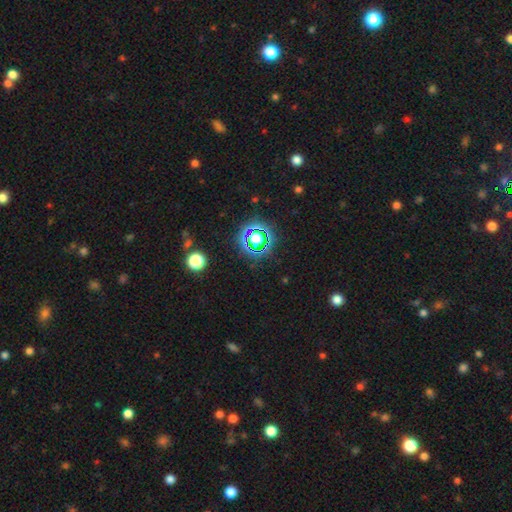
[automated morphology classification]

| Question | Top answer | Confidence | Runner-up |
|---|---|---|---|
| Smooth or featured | star or artifact | 76% | smooth (16%) |